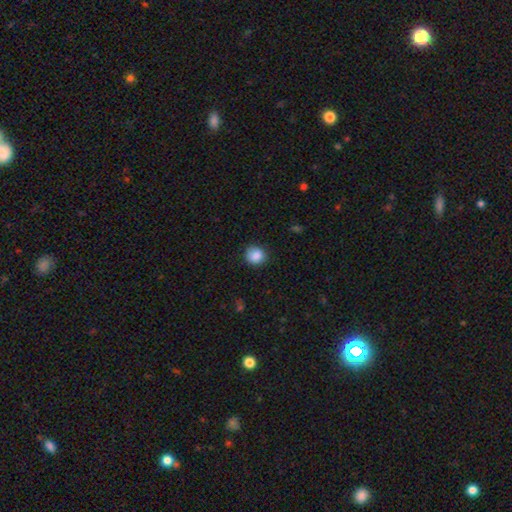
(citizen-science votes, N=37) Volunteers were most divided on "merging": none: 83%, minor disturbance: 14%, merger: 3%, major disturbance: 0%. More confident: smooth or featured — smooth (95%); how rounded — round (89%).